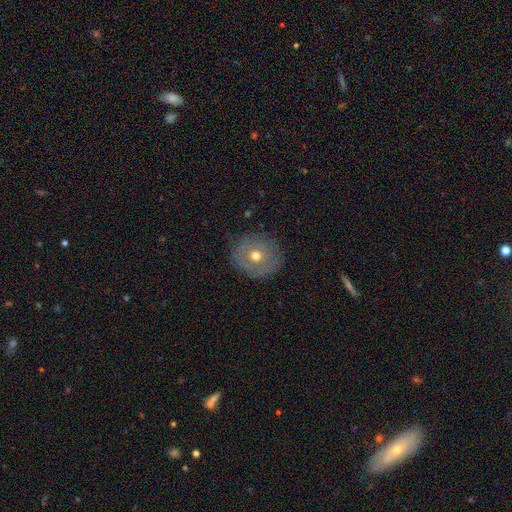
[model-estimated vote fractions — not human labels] Morphology: type=smooth (55%); roundness=round (90%); merging=none (82%).